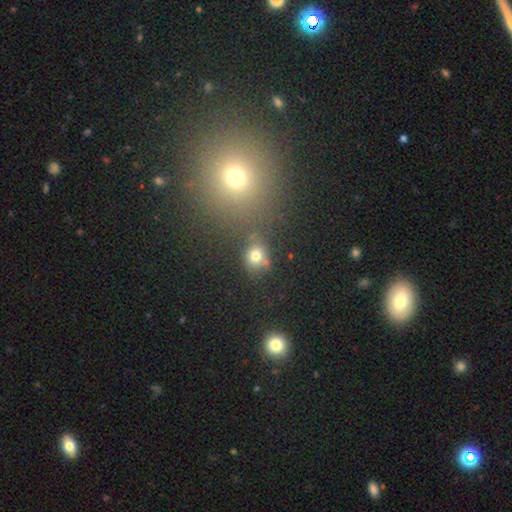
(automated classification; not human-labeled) Smooth or featured? Predicted: smooth (p=0.71). How rounded? Predicted: round (p=0.72). Merging? Predicted: none (p=0.64).